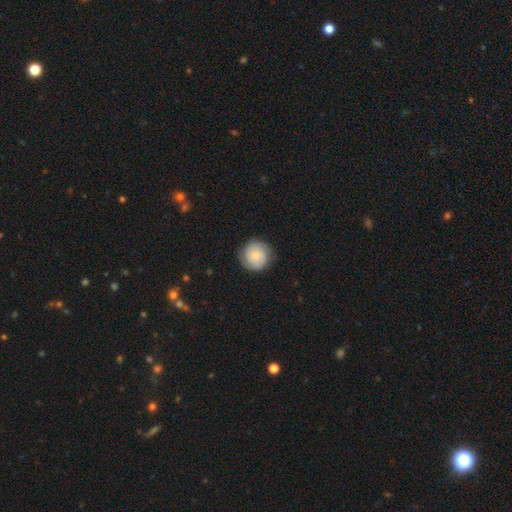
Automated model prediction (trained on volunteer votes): smooth_or_featured: featured or disk (p=0.49) [alt: smooth p=0.43]
merging: none (p=0.83) [alt: minor disturbance p=0.12]